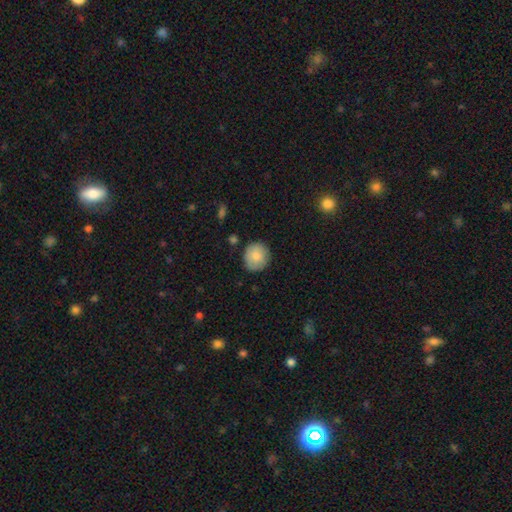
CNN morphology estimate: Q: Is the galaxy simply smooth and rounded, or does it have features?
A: smooth — 83%.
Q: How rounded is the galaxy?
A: round — 87%.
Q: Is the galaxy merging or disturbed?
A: none — 84%.